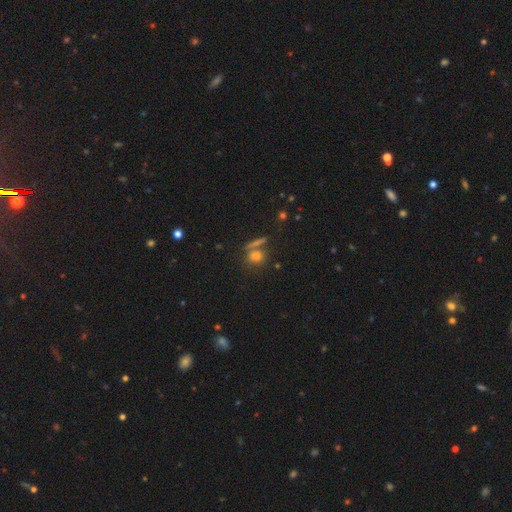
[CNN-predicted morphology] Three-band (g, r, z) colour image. It shows a smooth galaxy with no disk features (71%) that is round (68%). Merging: none (63%).